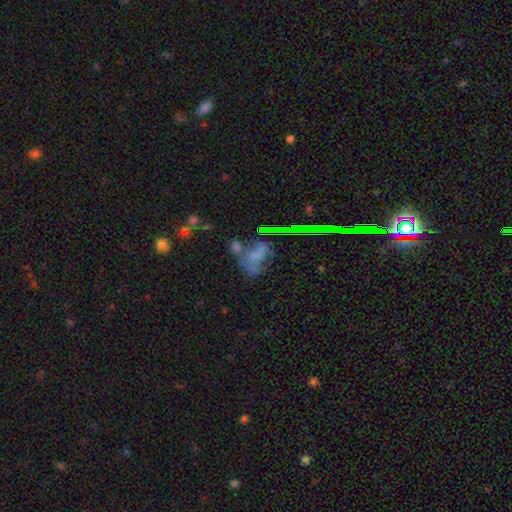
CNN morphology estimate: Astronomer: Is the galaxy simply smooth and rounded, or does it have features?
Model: smooth — 41% (runner-up: featured or disk, 31%).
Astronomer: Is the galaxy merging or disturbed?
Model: none — 32% (runner-up: major disturbance, 24%).